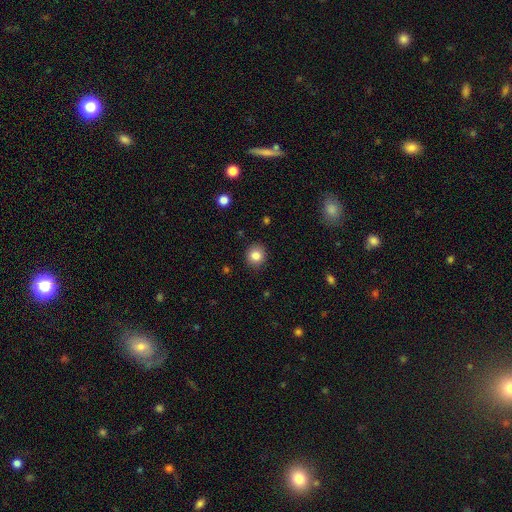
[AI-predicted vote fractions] The model was most divided on "how rounded": round: 85%, in between: 14%, cigar-shaped: 1%. More confident: merging — none (89%); smooth or featured — smooth (84%).